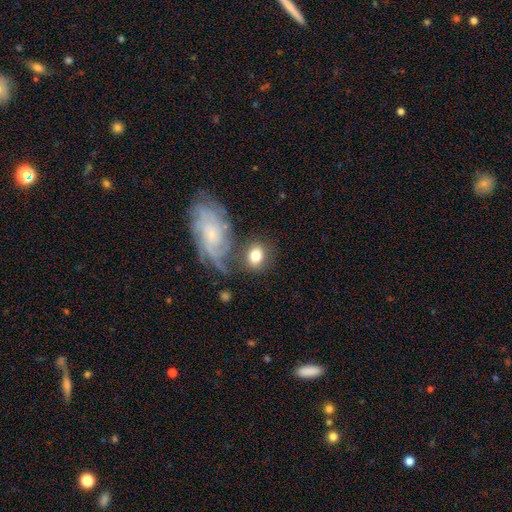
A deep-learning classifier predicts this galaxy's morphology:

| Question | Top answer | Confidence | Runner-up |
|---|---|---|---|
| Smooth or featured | smooth | 72% | featured or disk (21%) |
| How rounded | in between | 56% | round (42%) |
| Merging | none | 63% | minor disturbance (15%) |